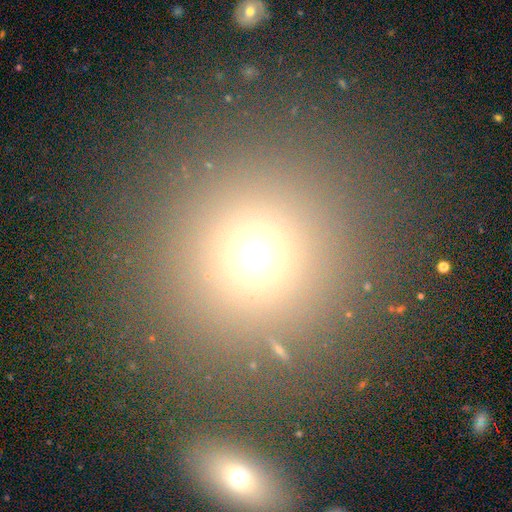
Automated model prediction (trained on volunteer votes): smooth 65%, star or artifact 27%, featured or disk 8%. Down the decision tree: how rounded — round (93%); merging — none (85%).